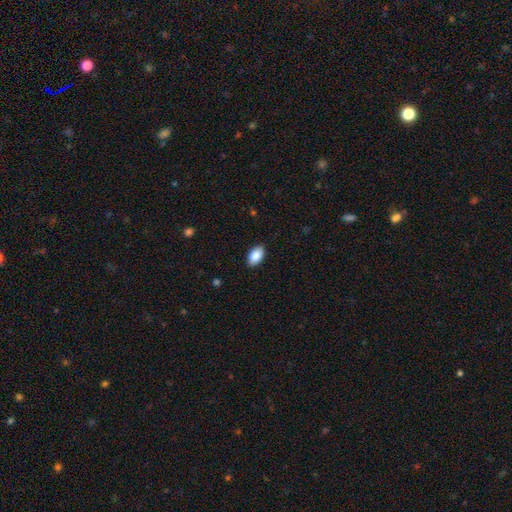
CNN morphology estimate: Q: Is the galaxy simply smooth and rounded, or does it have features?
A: smooth — 89%.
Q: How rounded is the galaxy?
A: in between — 94%.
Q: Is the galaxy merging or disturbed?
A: none — 89%.